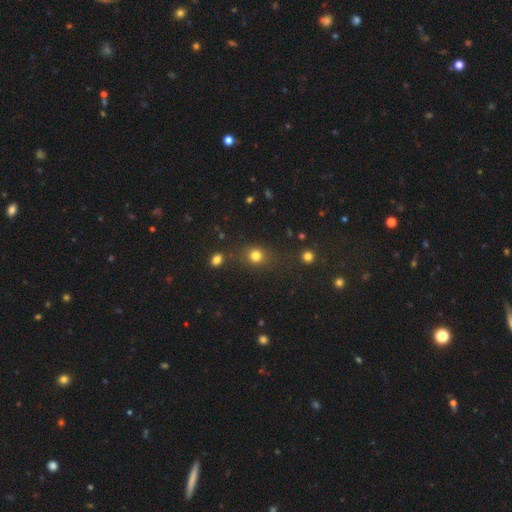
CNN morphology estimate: smooth 78%, star or artifact 16%, featured or disk 7%. Down the decision tree: how rounded — round (78%); merging — none (76%).